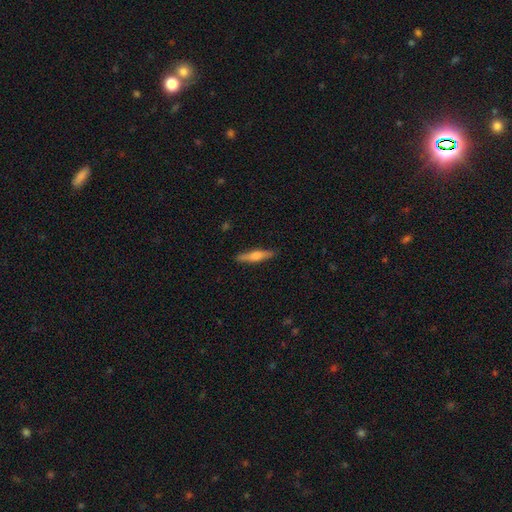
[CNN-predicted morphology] smooth 52%, featured or disk 42%, star or artifact 6%. Down the decision tree: how rounded — cigar-shaped (84%); merging — none (89%).